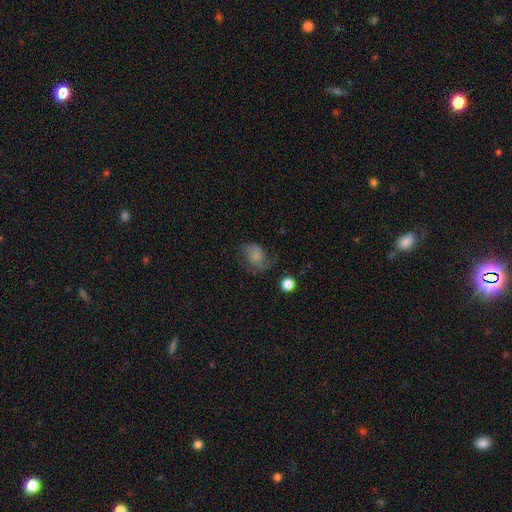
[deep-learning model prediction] This appears to be a smooth galaxy with no disk features (52%) that is in between round and cigar-shaped (54%). Merging: none (54%).